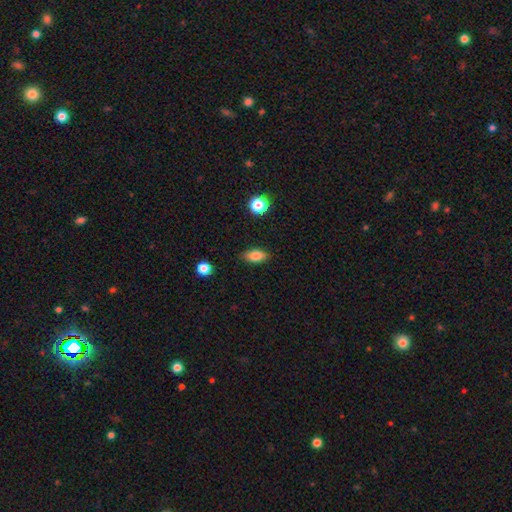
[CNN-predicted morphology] A smooth galaxy with no disk features (82%) that is in between round and cigar-shaped (86%).

Vote fractions:
- Smooth or featured? smooth: 82% / featured or disk: 9% / star or artifact: 9%
- How rounded? in between: 86% / round: 8% / cigar-shaped: 6%
- Merging? none: 86% / minor disturbance: 10% / major disturbance: 2% / merger: 1%